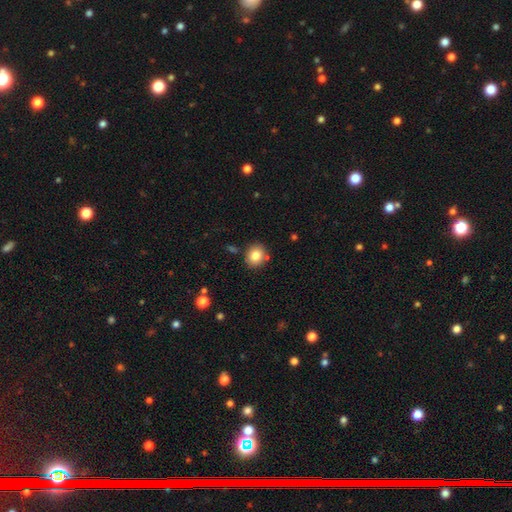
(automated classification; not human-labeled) Smooth or featured?
  - smooth: 82% *
  - star or artifact: 10%
  - featured or disk: 8%
How rounded?
  - round: 71% *
  - in between: 28%
  - cigar-shaped: 1%
Merging?
  - none: 83% *
  - minor disturbance: 10%
  - merger: 5%
  - major disturbance: 2%